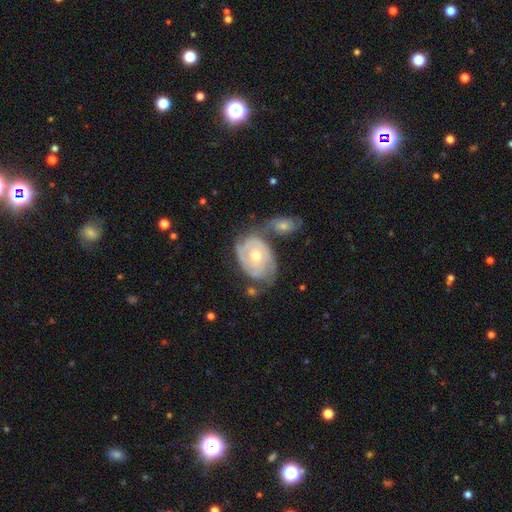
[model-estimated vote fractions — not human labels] This appears to be a featured or disk galaxy (77%) with no bar (80%), tight (67%) spiral arms (87%) and a moderate central bulge (61%). Merging: none (36%).